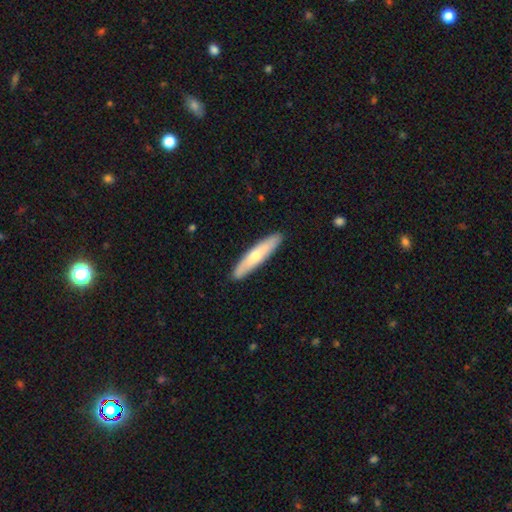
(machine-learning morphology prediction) smooth-or-featured: smooth: 61% | featured or disk: 34% | star or artifact: 5%
  how-rounded: cigar-shaped: 88% | in between: 11% | round: 1%
  merging: none: 91% | minor disturbance: 7% | major disturbance: 1% | merger: 1%